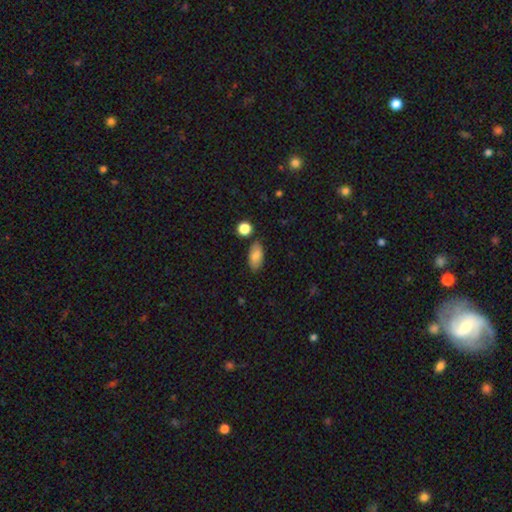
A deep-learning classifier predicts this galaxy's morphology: A smooth galaxy with no disk features (82%) that is in between round and cigar-shaped (92%).

Vote fractions:
- Smooth or featured? smooth: 82% / featured or disk: 11% / star or artifact: 8%
- How rounded? in between: 92% / cigar-shaped: 5% / round: 4%
- Merging? none: 81% / minor disturbance: 12% / merger: 4% / major disturbance: 3%